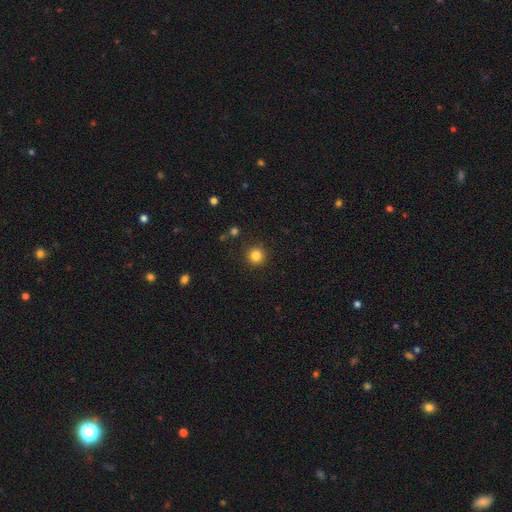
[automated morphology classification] This is clearly a smooth galaxy (84%). How rounded: clearly round (94%). Merging: clearly none (90%).